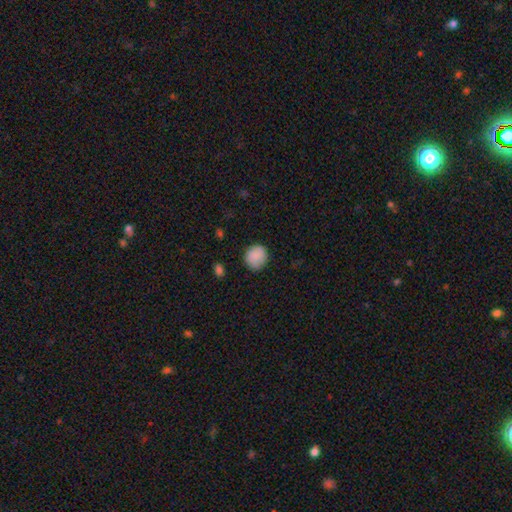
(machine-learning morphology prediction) This appears to be a smooth galaxy with no disk features (88%) that is round (85%). Merging: none (85%).